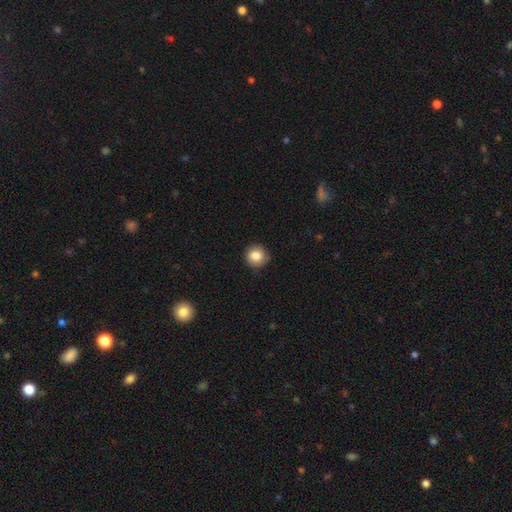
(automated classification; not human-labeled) smooth 84%, star or artifact 9%, featured or disk 7%. Down the decision tree: how rounded — round (92%); merging — none (87%).